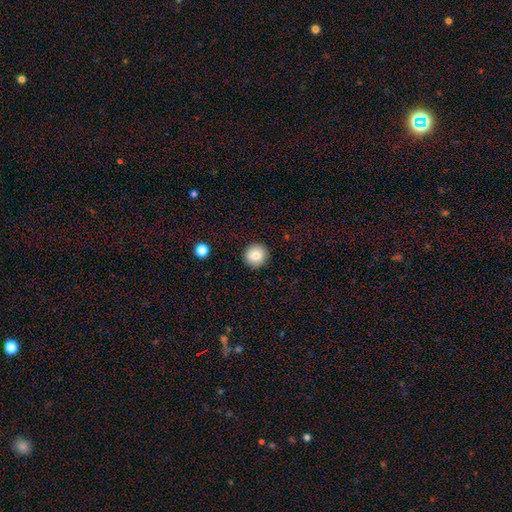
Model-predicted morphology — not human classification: A smooth galaxy with no disk features (83%) that is round (92%).

Vote fractions:
- Smooth or featured? smooth: 83% / star or artifact: 9% / featured or disk: 8%
- How rounded? round: 92% / in between: 7% / cigar-shaped: 1%
- Merging? none: 91% / minor disturbance: 6% / major disturbance: 2% / merger: 1%